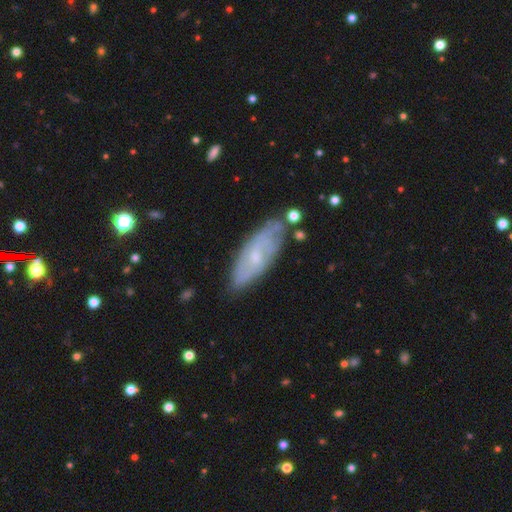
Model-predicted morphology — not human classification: Overall: featured or disk (53%; smooth 39%). Edge-on disk: no (81%). Merging: none (73%).